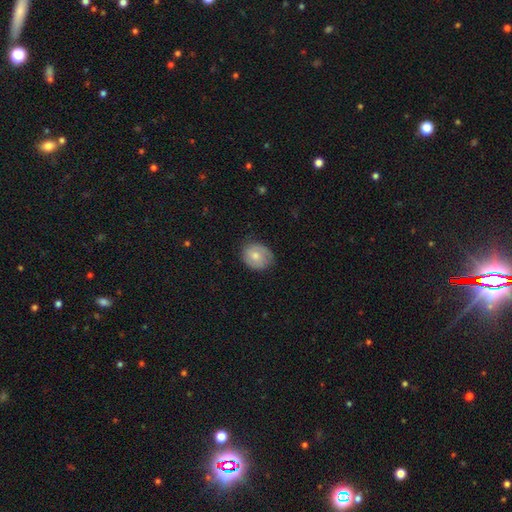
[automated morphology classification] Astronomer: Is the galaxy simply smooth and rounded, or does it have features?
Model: smooth — 62%.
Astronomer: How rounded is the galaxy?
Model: round — 67%.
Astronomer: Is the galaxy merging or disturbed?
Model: none — 70%.